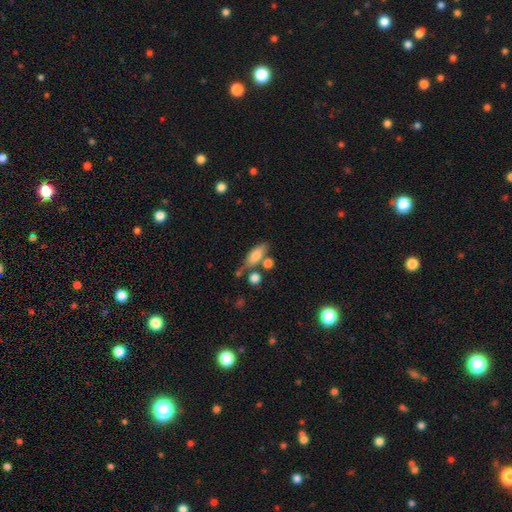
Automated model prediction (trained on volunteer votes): smooth 76%, featured or disk 16%, star or artifact 8%. Down the decision tree: how rounded — in between (70%); merging — none (57%).